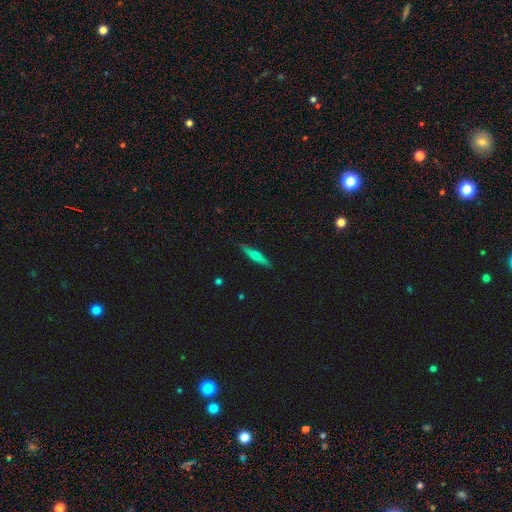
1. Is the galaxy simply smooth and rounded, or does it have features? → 70% featured or disk, 28% smooth, 2% star or artifact.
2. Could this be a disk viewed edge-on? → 100% yes, 0% no.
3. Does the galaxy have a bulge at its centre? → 89% rounded, 7% boxy, 4% none.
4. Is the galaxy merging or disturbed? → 90% none, 10% minor disturbance, 0% major disturbance, 0% merger.